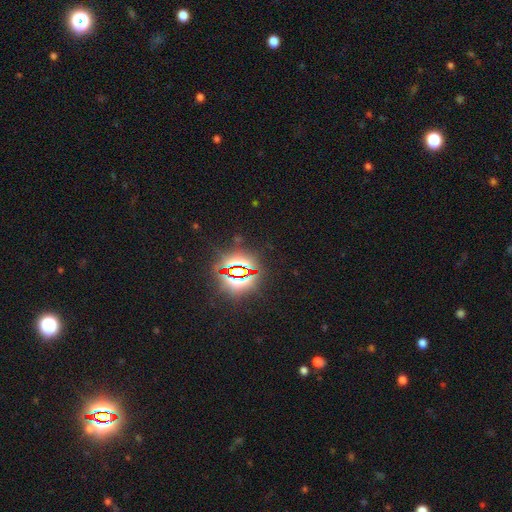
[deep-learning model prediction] Q: Smooth or featured?
A: star or artifact (84%); runner-up: smooth (9%)